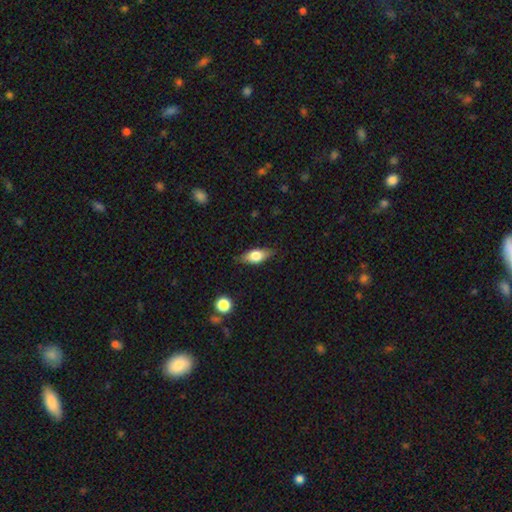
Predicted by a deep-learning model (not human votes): Smooth or featured?
  - smooth: 64% *
  - featured or disk: 29%
  - star or artifact: 7%
How rounded?
  - in between: 79% *
  - cigar-shaped: 16%
  - round: 5%
Merging?
  - none: 81% *
  - minor disturbance: 14%
  - major disturbance: 3%
  - merger: 1%